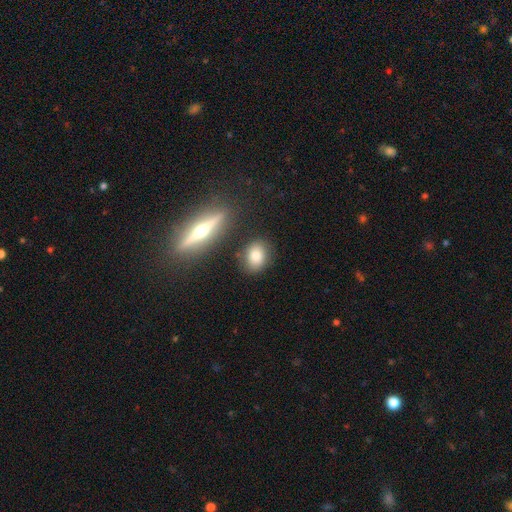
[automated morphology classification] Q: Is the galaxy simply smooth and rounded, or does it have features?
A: smooth — 76%.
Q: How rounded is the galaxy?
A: in between — 54%.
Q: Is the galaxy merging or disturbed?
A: none — 81%.